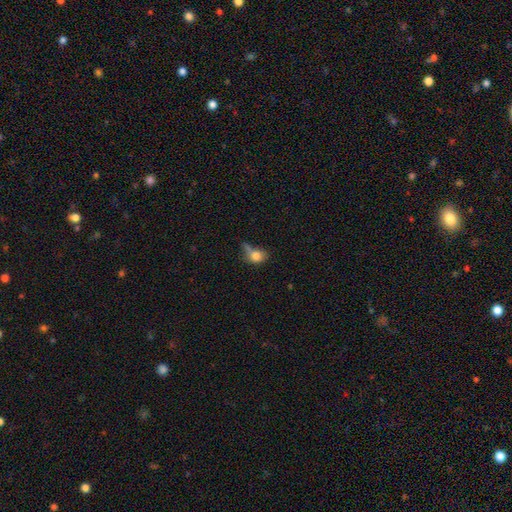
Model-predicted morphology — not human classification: type=smooth (76%); roundness=in between (58%); merging=none (30%).